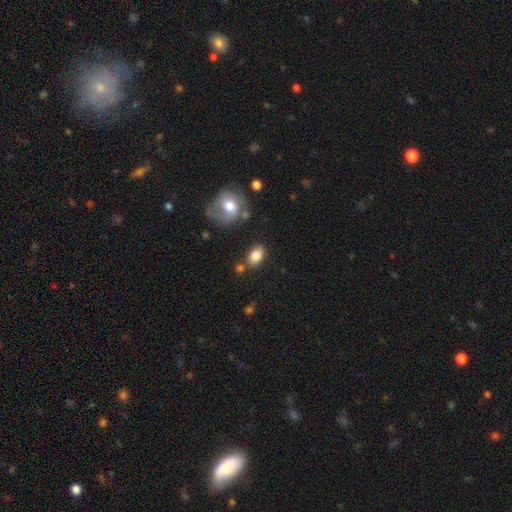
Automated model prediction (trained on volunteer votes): smooth-or-featured: smooth: 84% | featured or disk: 9% | star or artifact: 8%
  how-rounded: in between: 88% | round: 11% | cigar-shaped: 2%
  merging: none: 74% | minor disturbance: 13% | merger: 9% | major disturbance: 4%